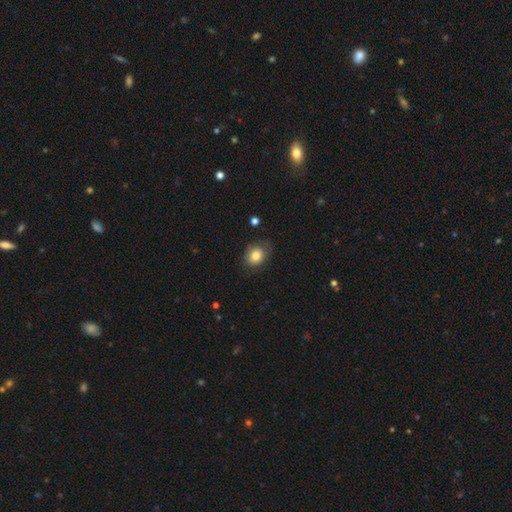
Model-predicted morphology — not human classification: The model was most divided on "how rounded": in between: 50%, round: 49%, cigar-shaped: 1%. More confident: smooth or featured — smooth (79%); merging — none (67%).